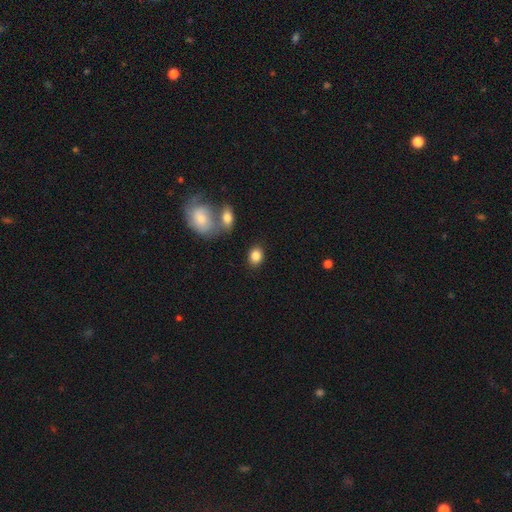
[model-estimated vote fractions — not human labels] Smooth or featured? smooth (86%)
How rounded? in between (60%)
Merging? none (81%)